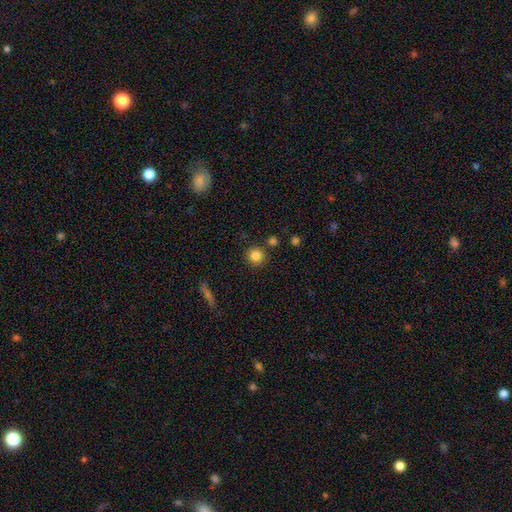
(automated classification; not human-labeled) Morphology: type=smooth (84%); roundness=round (93%); merging=none (84%).